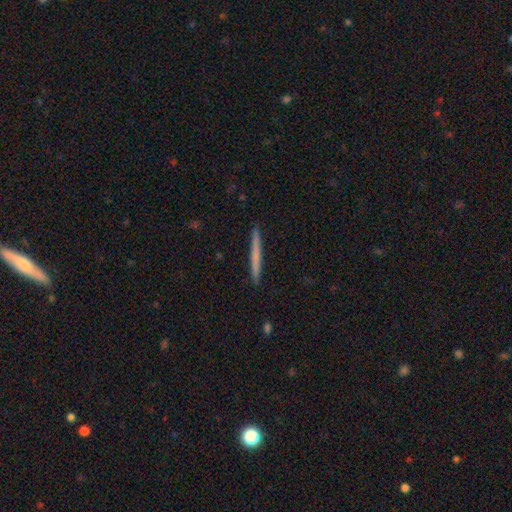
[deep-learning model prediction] Smooth or featured?
  - smooth: 61% *
  - featured or disk: 34%
  - star or artifact: 5%
How rounded?
  - cigar-shaped: 97% *
  - in between: 2%
  - round: 1%
Merging?
  - none: 93% *
  - minor disturbance: 5%
  - major disturbance: 1%
  - merger: 1%